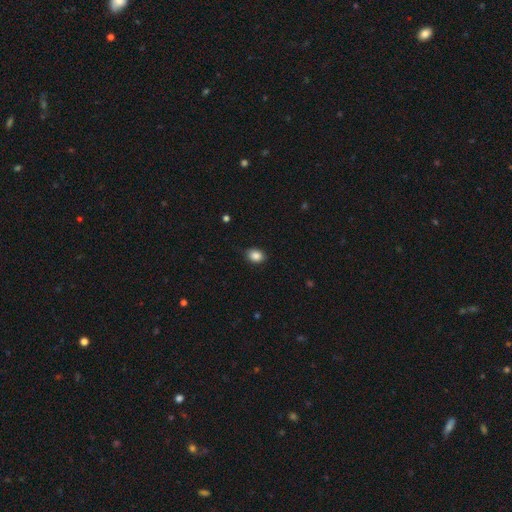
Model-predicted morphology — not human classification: A smooth galaxy with no disk features (87%) that is in between round and cigar-shaped (63%). Merging: none (82%).